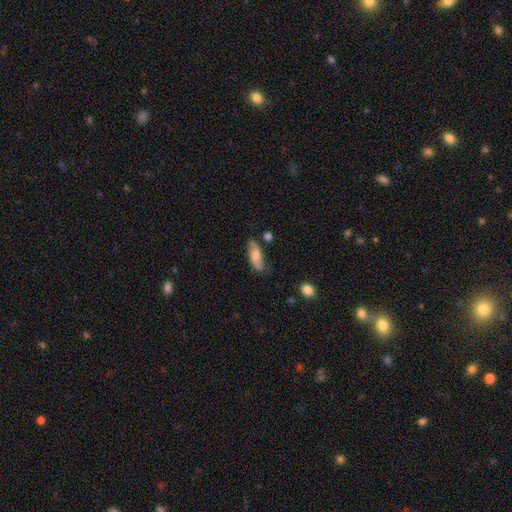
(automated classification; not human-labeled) Q: Smooth or featured?
A: smooth (60%); runner-up: featured or disk (33%)
Q: How rounded?
A: in between (71%); runner-up: cigar-shaped (26%)
Q: Merging?
A: none (68%); runner-up: minor disturbance (22%)